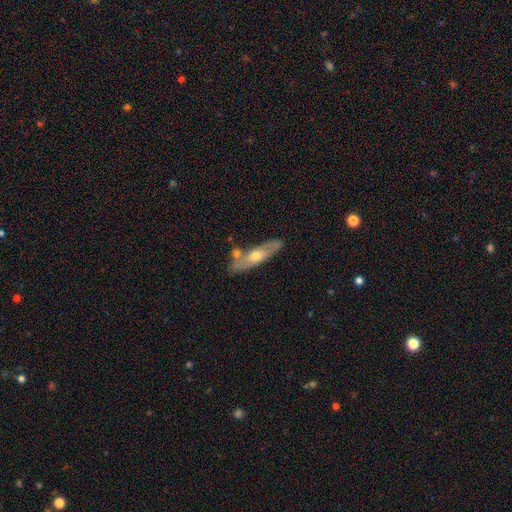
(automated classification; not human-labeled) A featured or disk galaxy (60%) viewed edge-on (55%).

Vote fractions:
- Smooth or featured? featured or disk: 60% / smooth: 34% / star or artifact: 7%
- Edge-on disk? yes: 55% / no: 45%
- Merging? none: 76% / minor disturbance: 14% / merger: 8% / major disturbance: 3%